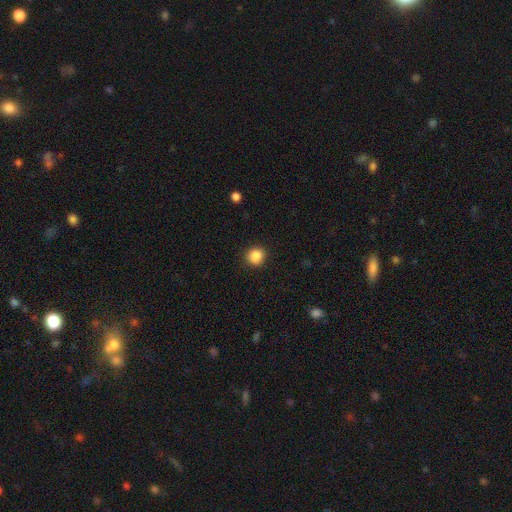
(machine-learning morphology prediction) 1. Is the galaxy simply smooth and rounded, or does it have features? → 87% smooth, 10% star or artifact, 3% featured or disk.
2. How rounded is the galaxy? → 87% round, 12% in between, 1% cigar-shaped.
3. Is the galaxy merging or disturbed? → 87% none, 10% minor disturbance, 2% major disturbance, 1% merger.